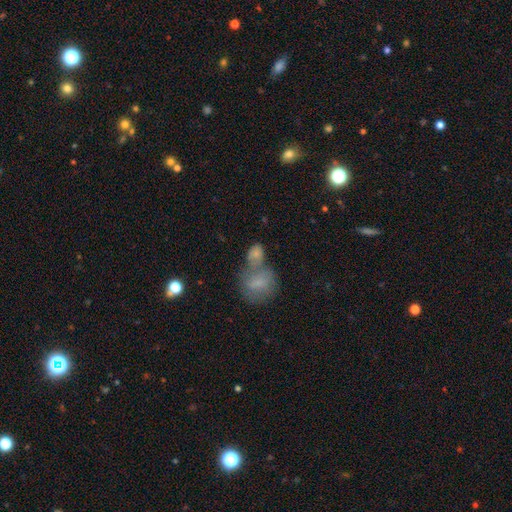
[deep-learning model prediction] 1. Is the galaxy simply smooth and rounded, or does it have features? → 71% smooth, 19% featured or disk, 10% star or artifact.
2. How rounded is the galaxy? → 66% in between, 32% round, 2% cigar-shaped.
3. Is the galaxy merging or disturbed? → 62% merger, 23% none, 9% minor disturbance, 6% major disturbance.